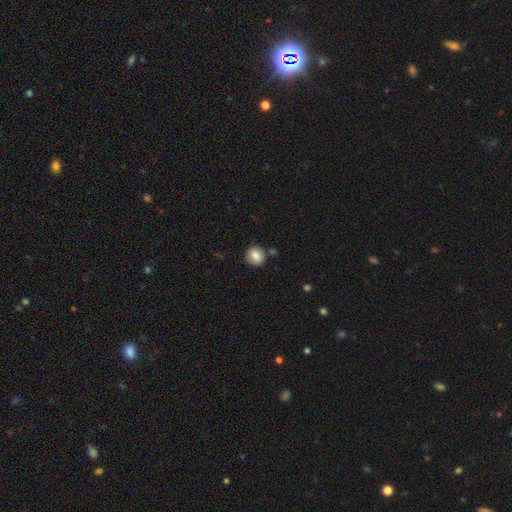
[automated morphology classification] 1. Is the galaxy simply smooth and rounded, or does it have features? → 83% smooth, 9% featured or disk, 8% star or artifact.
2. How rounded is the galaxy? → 90% round, 9% in between, 1% cigar-shaped.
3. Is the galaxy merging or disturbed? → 82% none, 10% minor disturbance, 5% merger, 3% major disturbance.